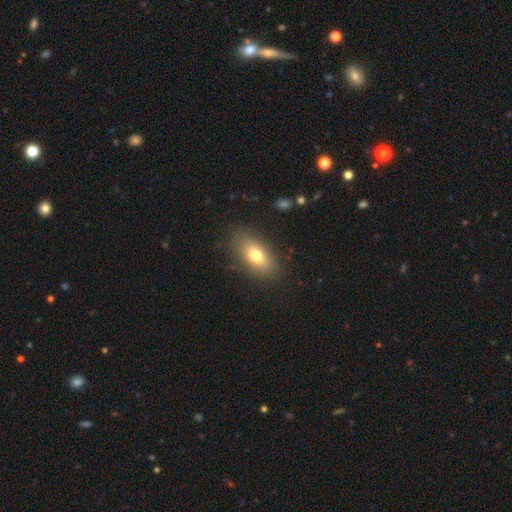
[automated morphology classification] Q: Smooth or featured?
A: smooth (73%); runner-up: featured or disk (18%)
Q: How rounded?
A: in between (85%); runner-up: cigar-shaped (8%)
Q: Merging?
A: none (85%); runner-up: minor disturbance (10%)